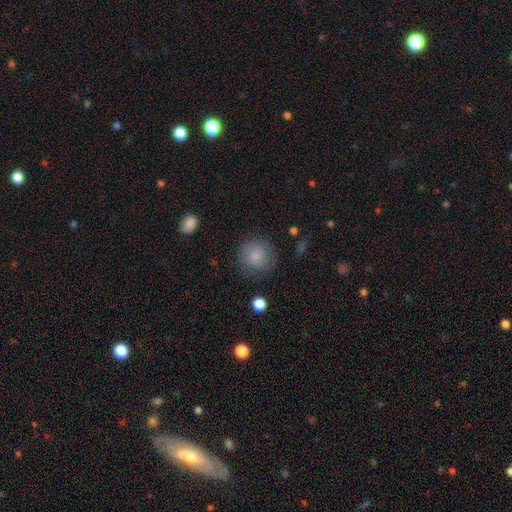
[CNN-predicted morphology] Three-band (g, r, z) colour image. It shows a smooth galaxy with no disk features (83%) that is round (93%). Merging: none (81%).